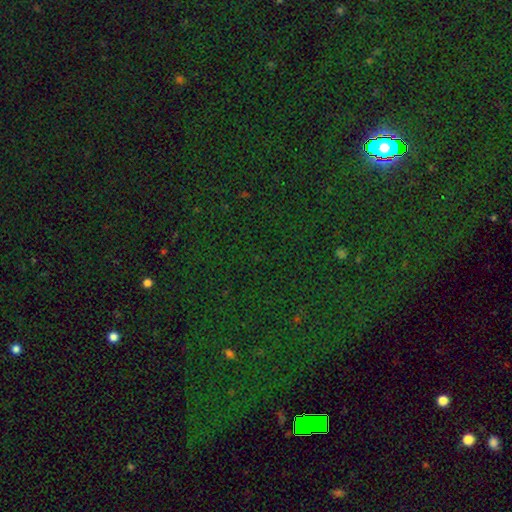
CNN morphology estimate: Overall: star or artifact (82%).